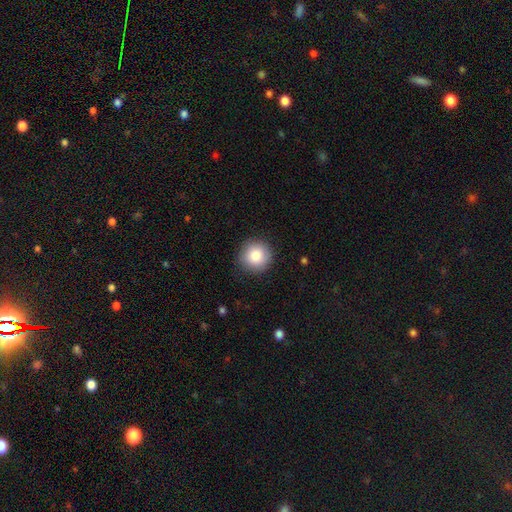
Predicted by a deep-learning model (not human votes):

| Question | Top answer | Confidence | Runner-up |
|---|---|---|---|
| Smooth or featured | smooth | 86% | star or artifact (8%) |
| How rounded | round | 94% | in between (5%) |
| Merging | none | 89% | minor disturbance (8%) |